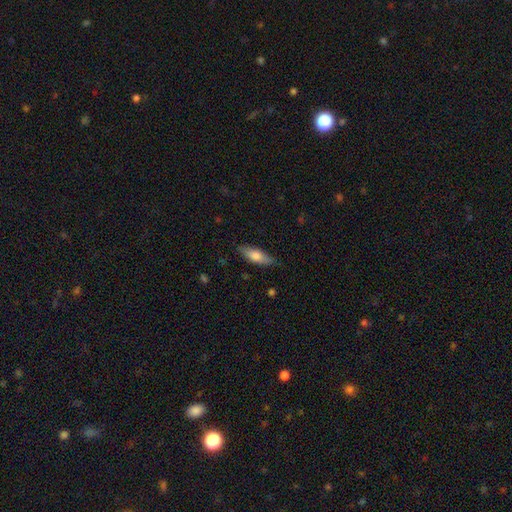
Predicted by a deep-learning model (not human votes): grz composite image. It shows a smooth galaxy with no disk features (72%) that is in between round and cigar-shaped (56%). Merging: none (82%).